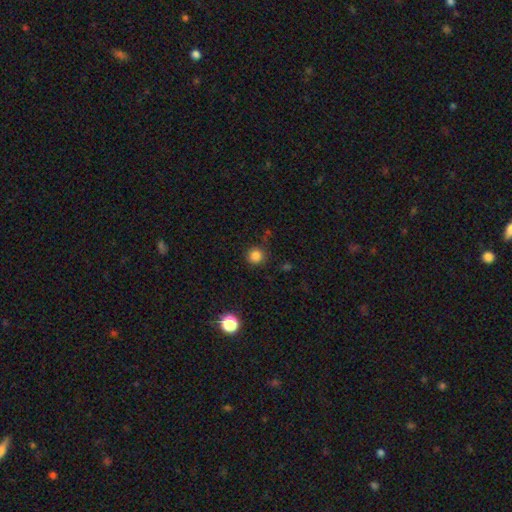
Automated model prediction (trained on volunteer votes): Smooth or featured: smooth — 83% (star or artifact — 13%)
How rounded: round — 93% (in between — 6%)
Merging: none — 86% (minor disturbance — 9%)